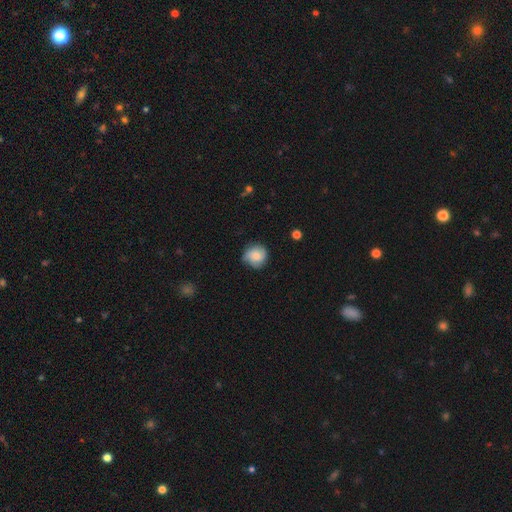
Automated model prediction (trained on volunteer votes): smooth 70%, featured or disk 22%, star or artifact 8%. Down the decision tree: how rounded — round (88%); merging — none (71%).